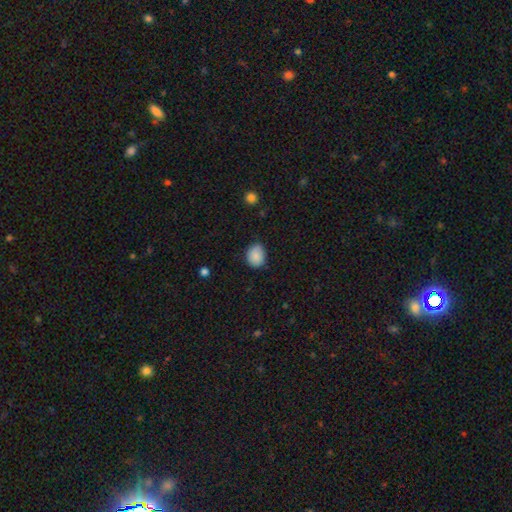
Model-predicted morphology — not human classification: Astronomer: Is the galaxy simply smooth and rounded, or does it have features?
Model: smooth — 88%.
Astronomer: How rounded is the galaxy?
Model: round — 54% (runner-up: in between, 46%).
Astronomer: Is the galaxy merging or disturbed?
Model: none — 76%.